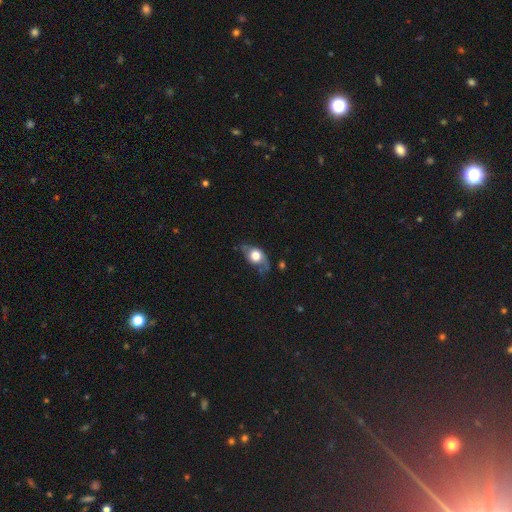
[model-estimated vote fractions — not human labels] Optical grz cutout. It shows a smooth galaxy with no disk features (55%) that is in between round and cigar-shaped (64%). Merging: none (47%).